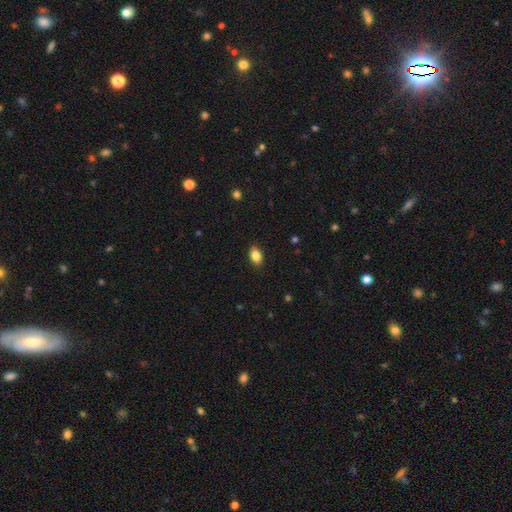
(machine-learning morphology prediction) Smooth or featured: smooth — 86% (star or artifact — 8%)
How rounded: in between — 87% (round — 11%)
Merging: none — 88% (minor disturbance — 9%)